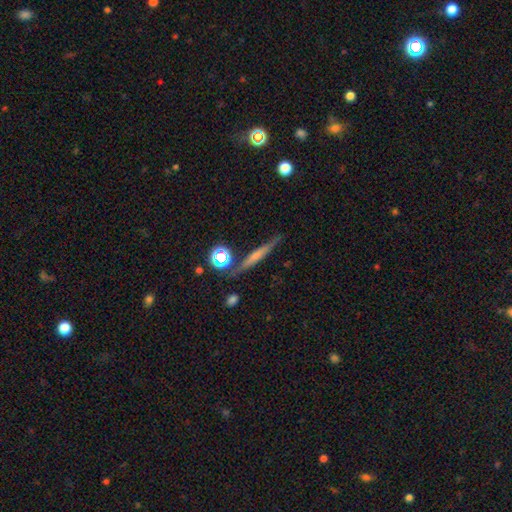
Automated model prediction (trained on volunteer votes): The model was most divided on "edge-on bulge": rounded: 46%, none: 42%, boxy: 12%. More confident: edge-on disk — yes (95%); merging — none (83%); smooth or featured — featured or disk (57%).